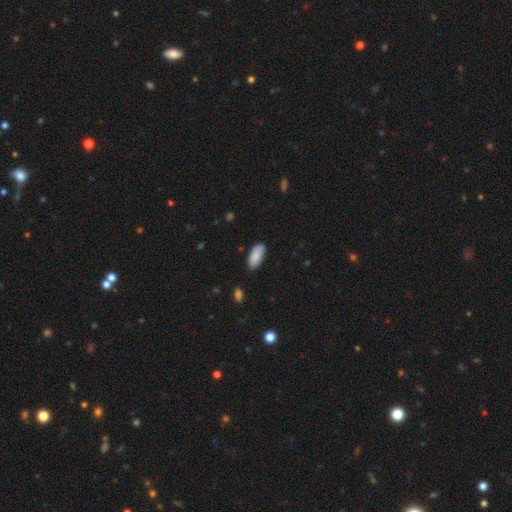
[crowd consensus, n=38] Smooth or featured: smooth — 89% (featured or disk — 5%)
How rounded: in between — 88% (cigar-shaped — 9%)
Merging: none — 78% (minor disturbance — 11%)